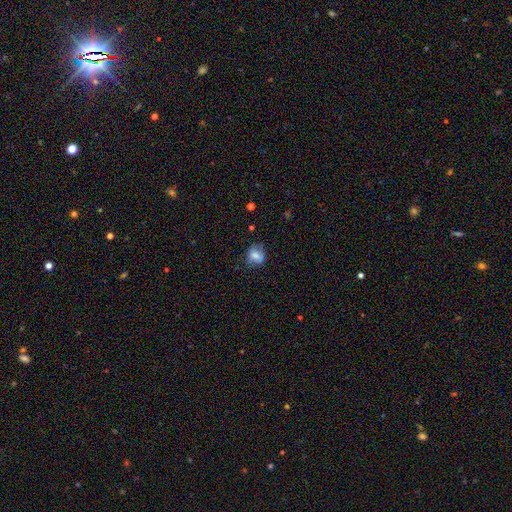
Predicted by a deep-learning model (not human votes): Smooth or featured?
  - smooth: 71% *
  - featured or disk: 20%
  - star or artifact: 9%
How rounded?
  - round: 60% *
  - in between: 39%
  - cigar-shaped: 2%
Merging?
  - none: 70% *
  - minor disturbance: 22%
  - major disturbance: 6%
  - merger: 2%